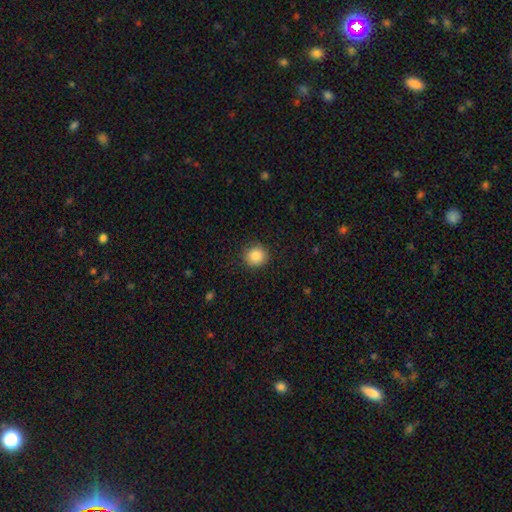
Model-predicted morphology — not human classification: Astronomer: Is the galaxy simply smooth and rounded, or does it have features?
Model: smooth — 87%.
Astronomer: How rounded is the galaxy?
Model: round — 90%.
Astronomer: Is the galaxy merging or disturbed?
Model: none — 89%.